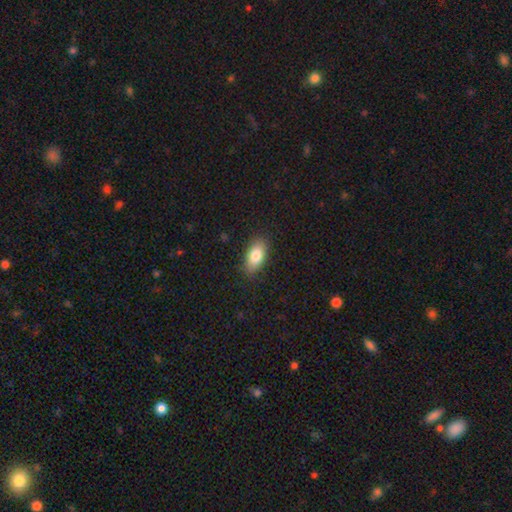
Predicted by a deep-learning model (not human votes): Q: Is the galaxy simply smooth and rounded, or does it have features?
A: smooth — 82%.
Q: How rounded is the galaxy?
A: in between — 89%.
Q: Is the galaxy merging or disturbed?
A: none — 87%.